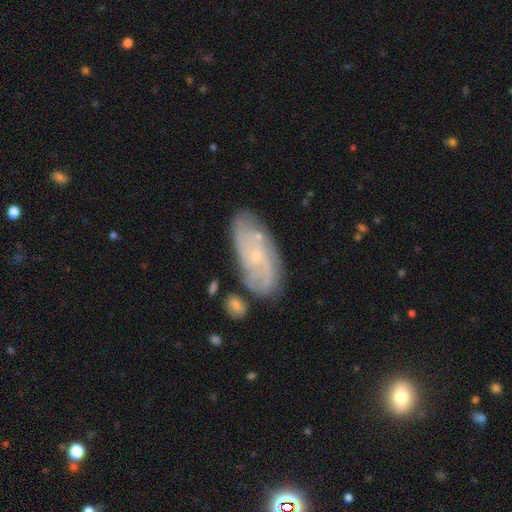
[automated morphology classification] Smooth or featured: featured or disk — 75% (smooth — 18%)
Edge-on disk: no — 93% (yes — 7%)
Bar: no — 73% (weak — 23%)
Spiral arms: yes — 89% (no — 11%)
Spiral winding: tight — 52% (medium — 35%)
Spiral arm count: can't tell — 41% (2 — 20%)
Bulge size: small — 82% (moderate — 12%)
Merging: none — 71% (minor disturbance — 17%)